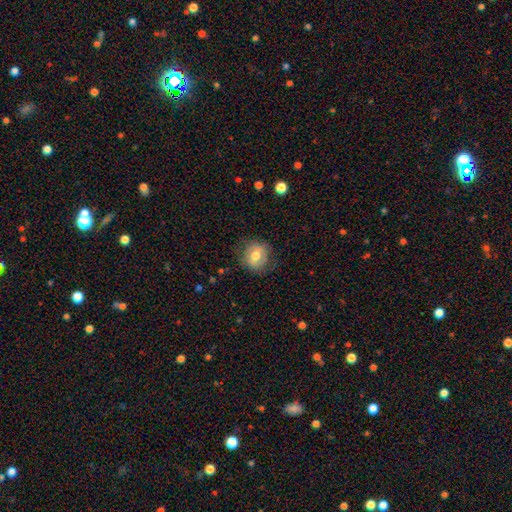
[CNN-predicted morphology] This is likely a smooth galaxy (67%). How rounded: likely round (78%). Merging: likely none (75%).